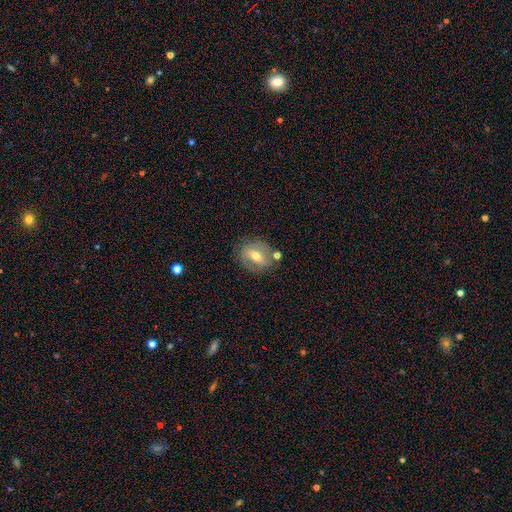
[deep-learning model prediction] Smooth or featured? featured or disk (55%)
Edge-on disk? no (91%)
Merging? none (70%)